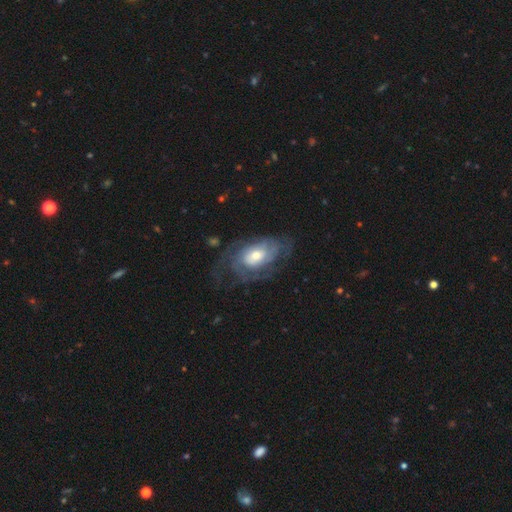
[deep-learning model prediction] A featured or disk galaxy (77%) with no bar (68%), tight (58%) spiral arms (86%) and a moderate central bulge (61%). Merging: none (60%).